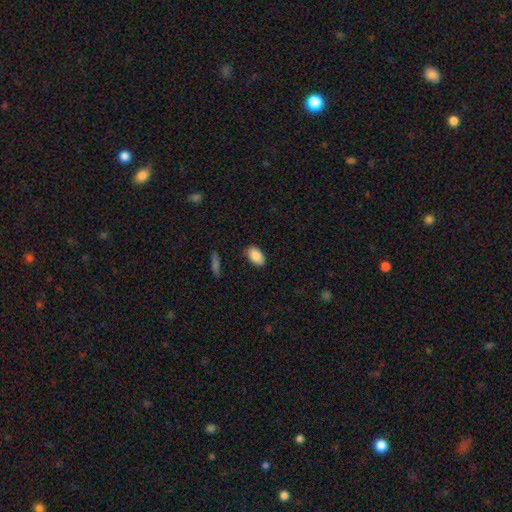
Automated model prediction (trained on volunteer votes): Smooth or featured?
  - smooth: 88% *
  - star or artifact: 7%
  - featured or disk: 5%
How rounded?
  - in between: 93% *
  - round: 5%
  - cigar-shaped: 2%
Merging?
  - none: 86% *
  - minor disturbance: 10%
  - major disturbance: 2%
  - merger: 1%